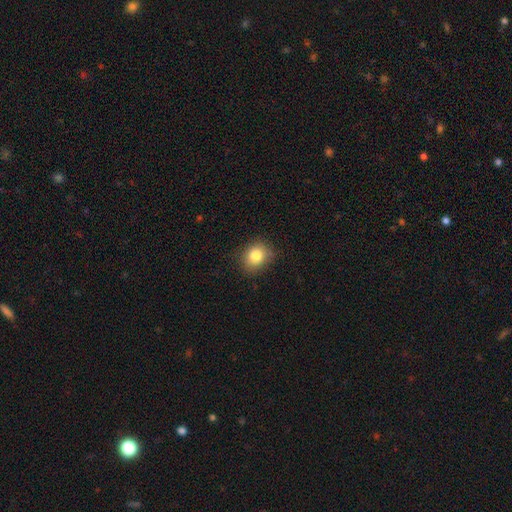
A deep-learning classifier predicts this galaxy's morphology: A smooth galaxy with no disk features (81%) that is round (64%).

Vote fractions:
- Smooth or featured? smooth: 81% / star or artifact: 11% / featured or disk: 8%
- How rounded? round: 64% / in between: 36% / cigar-shaped: 1%
- Merging? none: 83% / minor disturbance: 13% / major disturbance: 3% / merger: 1%